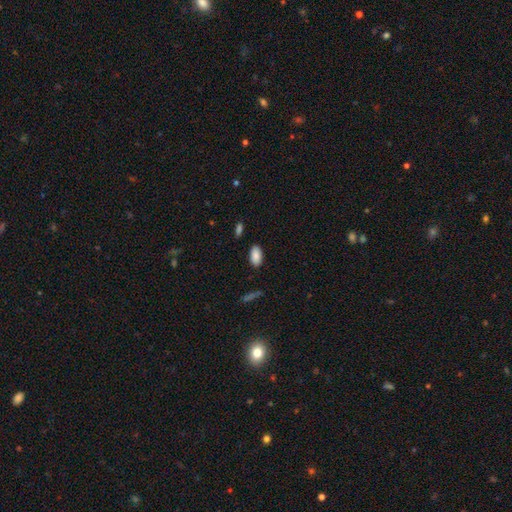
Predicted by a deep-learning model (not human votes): Smooth or featured? Predicted: smooth (p=0.88). How rounded? Predicted: in between (p=0.94). Merging? Predicted: none (p=0.86).